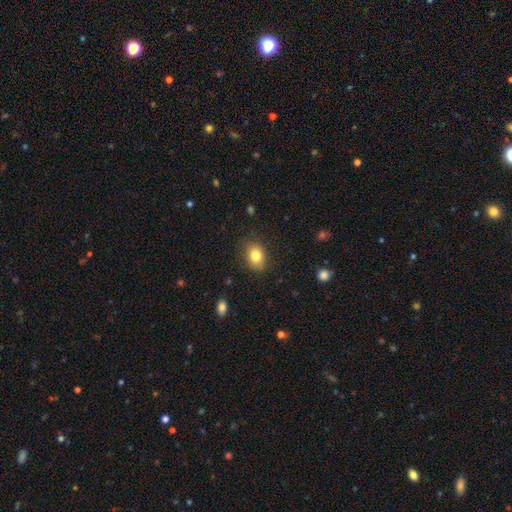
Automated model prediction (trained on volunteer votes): smooth_or_featured: smooth (p=0.82) [alt: star or artifact p=0.09]
how_rounded: in between (p=0.65) [alt: round p=0.34]
merging: none (p=0.83) [alt: minor disturbance p=0.12]